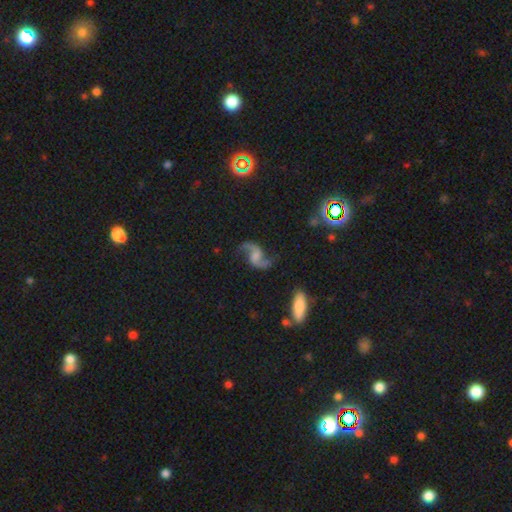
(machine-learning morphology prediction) Q: Smooth or featured?
A: featured or disk (88%); runner-up: smooth (6%)
Q: Edge-on disk?
A: no (97%); runner-up: yes (3%)
Q: Bar?
A: no (50%); runner-up: weak (40%)
Q: Spiral arms?
A: yes (97%); runner-up: no (3%)
Q: Spiral winding?
A: loose (81%); runner-up: medium (16%)
Q: Spiral arm count?
A: 2 (94%); runner-up: 1 (2%)
Q: Bulge size?
A: none (39%); runner-up: small (28%)
Q: Merging?
A: none (76%); runner-up: minor disturbance (14%)